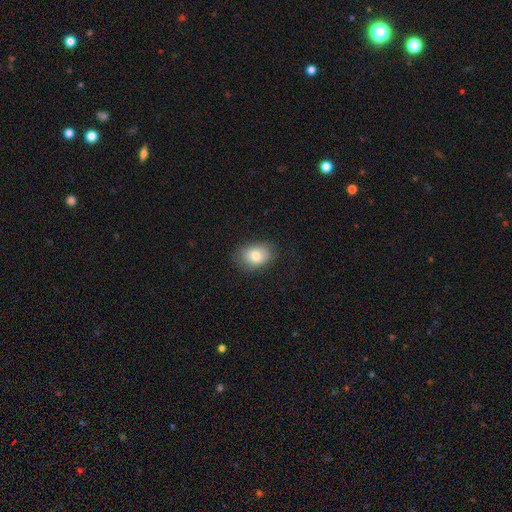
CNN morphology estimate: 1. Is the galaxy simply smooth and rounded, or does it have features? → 78% smooth, 13% featured or disk, 8% star or artifact.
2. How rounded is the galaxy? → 72% in between, 27% round, 1% cigar-shaped.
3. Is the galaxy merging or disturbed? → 76% none, 18% minor disturbance, 5% major disturbance, 1% merger.